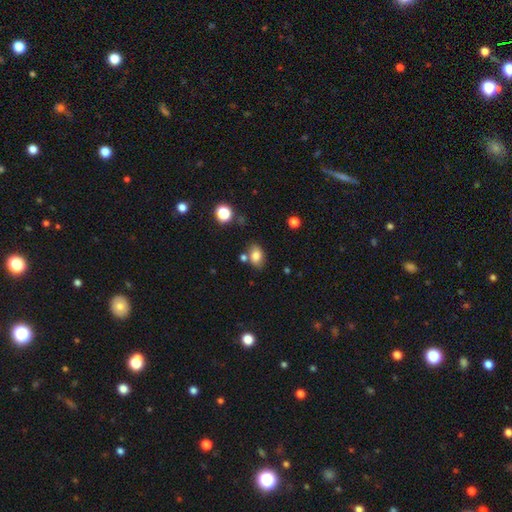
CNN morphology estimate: Q: Smooth or featured?
A: smooth (80%); runner-up: star or artifact (11%)
Q: How rounded?
A: in between (77%); runner-up: round (21%)
Q: Merging?
A: none (69%); runner-up: minor disturbance (15%)